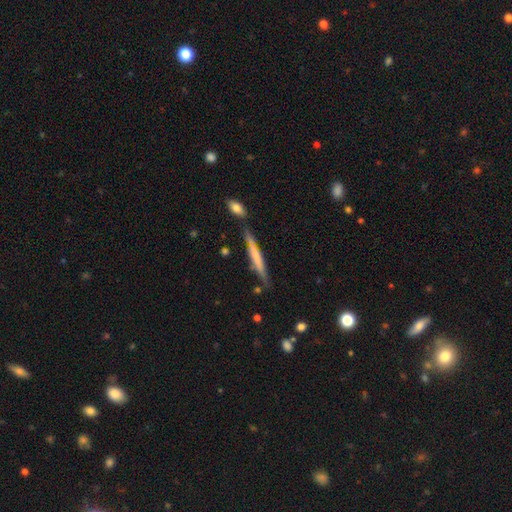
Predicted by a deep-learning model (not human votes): The model was most divided on "smooth or featured": smooth: 48%, featured or disk: 46%, star or artifact: 6%. More confident: merging — none (74%).